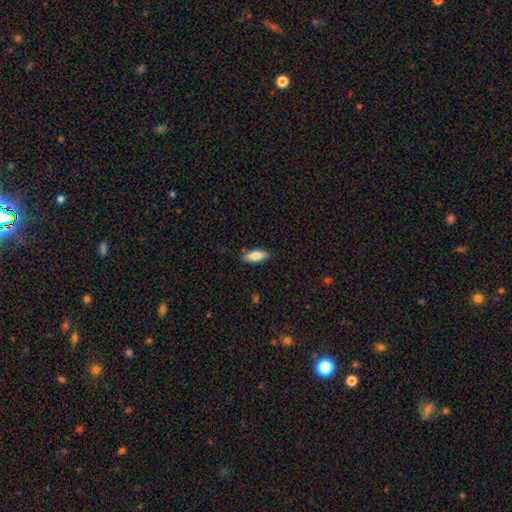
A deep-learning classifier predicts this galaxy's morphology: Smooth or featured? smooth (84%)
How rounded? in between (73%)
Merging? none (86%)